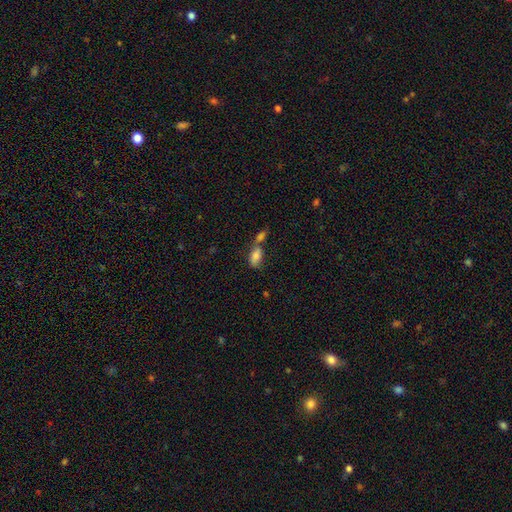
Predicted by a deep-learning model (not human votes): A smooth galaxy with no disk features (81%) that is in between round and cigar-shaped (89%).

Vote fractions:
- Smooth or featured? smooth: 81% / featured or disk: 11% / star or artifact: 9%
- How rounded? in between: 89% / cigar-shaped: 6% / round: 5%
- Merging? merger: 52% / none: 32% / minor disturbance: 11% / major disturbance: 5%